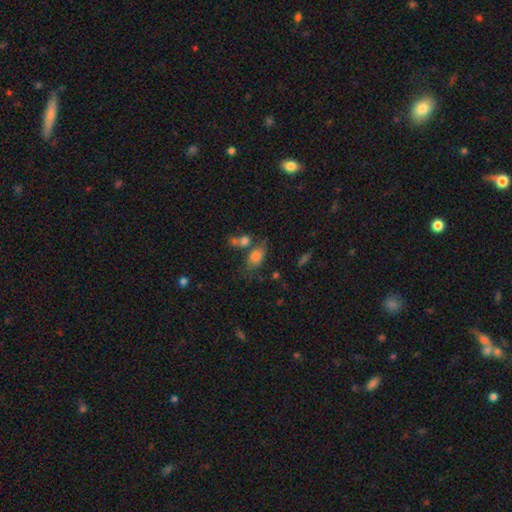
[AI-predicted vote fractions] Smooth or featured? smooth (76%)
How rounded? in between (83%)
Merging? none (38%)